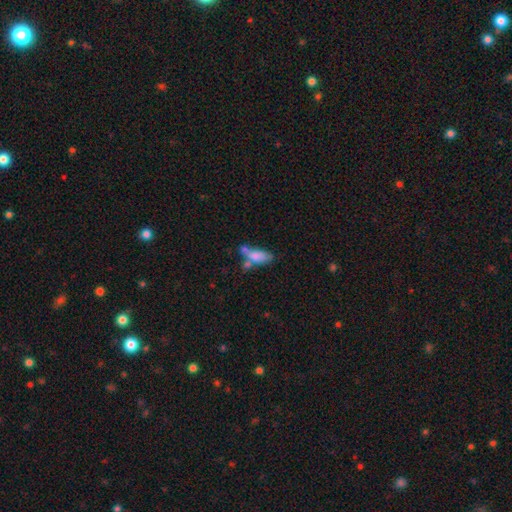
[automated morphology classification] Overall: smooth (70%). How rounded: in between (73%). Merging: merger (43%; none 28%).